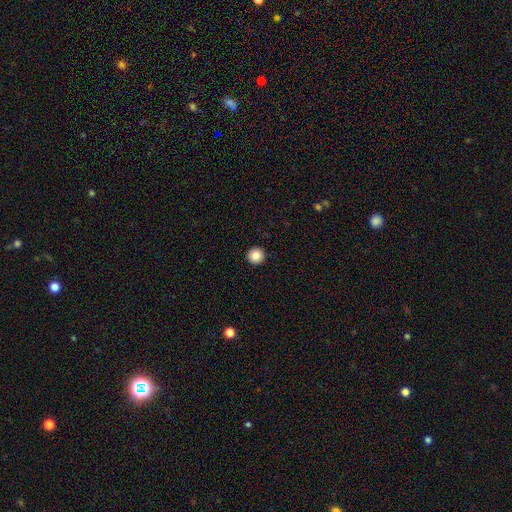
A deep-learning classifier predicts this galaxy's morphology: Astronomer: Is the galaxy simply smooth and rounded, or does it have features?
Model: smooth — 86%.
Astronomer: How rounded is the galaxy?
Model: round — 96%.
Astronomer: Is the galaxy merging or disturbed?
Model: none — 94%.